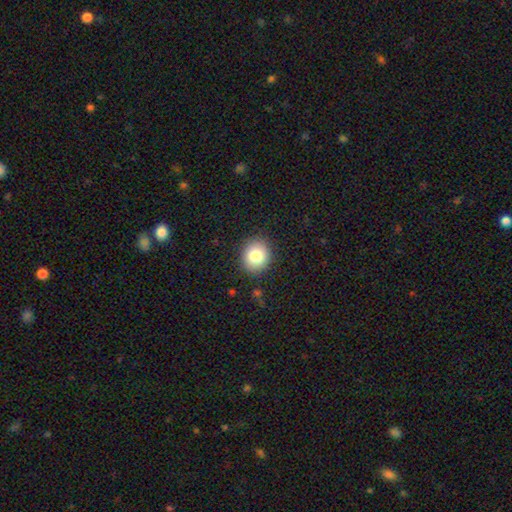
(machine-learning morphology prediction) Smooth or featured?
  - smooth: 82% *
  - star or artifact: 9%
  - featured or disk: 9%
How rounded?
  - round: 68% *
  - in between: 31%
  - cigar-shaped: 1%
Merging?
  - none: 88% *
  - minor disturbance: 8%
  - major disturbance: 2%
  - merger: 1%